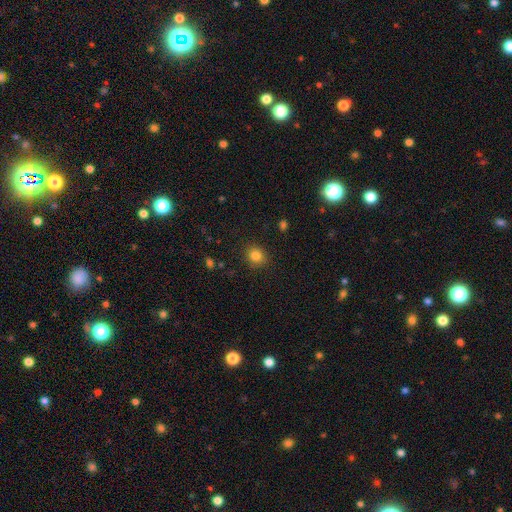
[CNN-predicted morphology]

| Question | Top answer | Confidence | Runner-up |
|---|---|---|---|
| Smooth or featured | smooth | 83% | star or artifact (12%) |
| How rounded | round | 78% | in between (21%) |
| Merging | none | 89% | minor disturbance (8%) |